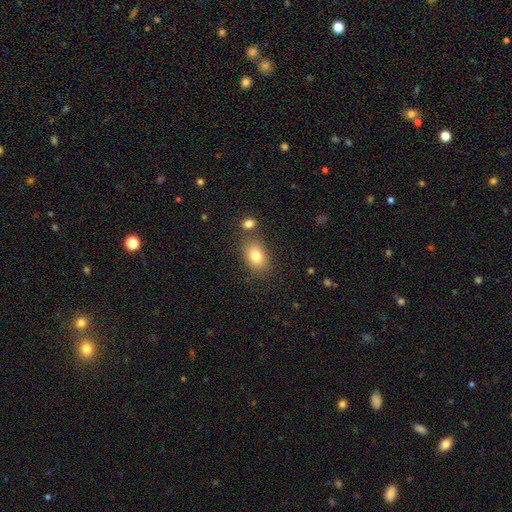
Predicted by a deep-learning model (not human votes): The model was most divided on "how rounded": in between: 77%, round: 21%, cigar-shaped: 1%. More confident: smooth or featured — smooth (80%); merging — none (75%).